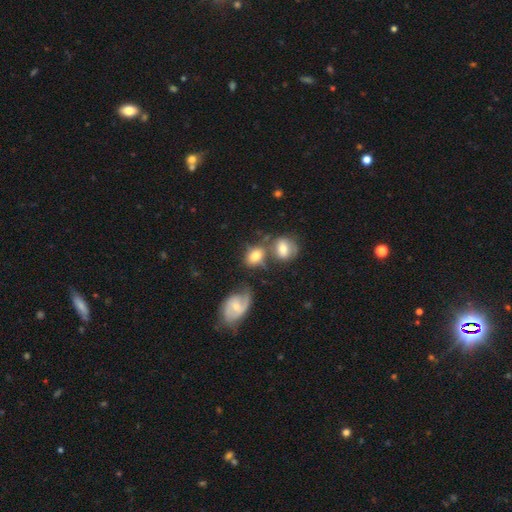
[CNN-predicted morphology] Smooth or featured: smooth — 68% (featured or disk — 23%)
How rounded: in between — 66% (round — 32%)
Merging: none — 41% (merger — 33%)